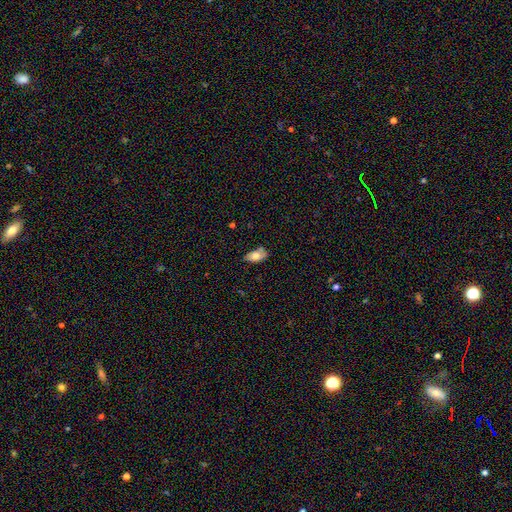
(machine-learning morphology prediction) smooth 72%, featured or disk 21%, star or artifact 7%. Down the decision tree: how rounded — in between (92%); merging — none (65%).